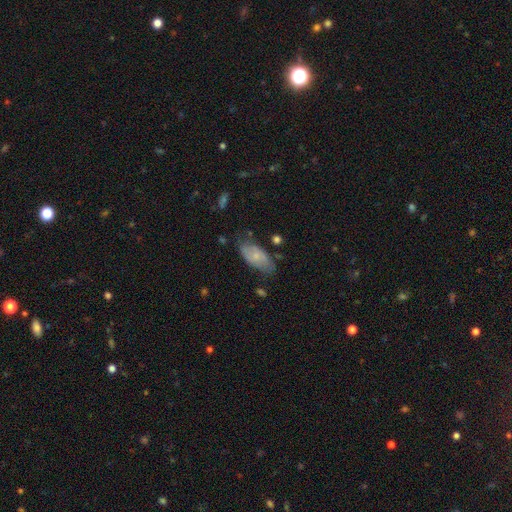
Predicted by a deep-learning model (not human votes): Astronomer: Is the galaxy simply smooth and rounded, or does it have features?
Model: smooth — 61%.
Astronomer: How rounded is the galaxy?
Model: in between — 90%.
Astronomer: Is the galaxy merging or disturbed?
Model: none — 60%.